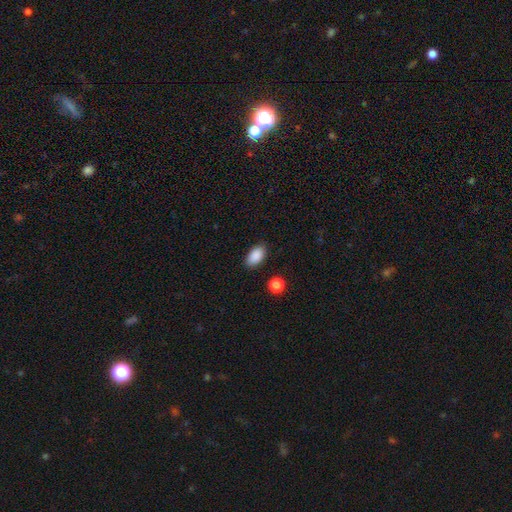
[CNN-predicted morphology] The model was most divided on "merging": none: 86%, minor disturbance: 10%, major disturbance: 2%, merger: 2%. More confident: how rounded — in between (93%); smooth or featured — smooth (89%).